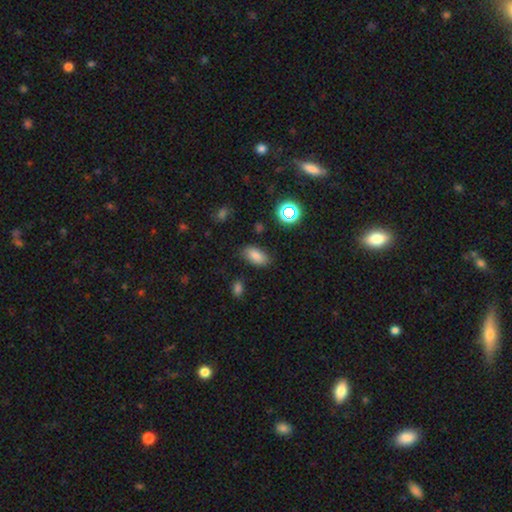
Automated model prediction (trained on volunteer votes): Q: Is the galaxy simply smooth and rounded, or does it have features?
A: smooth — 77%.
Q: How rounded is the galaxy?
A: in between — 91%.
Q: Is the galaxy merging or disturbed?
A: none — 81%.